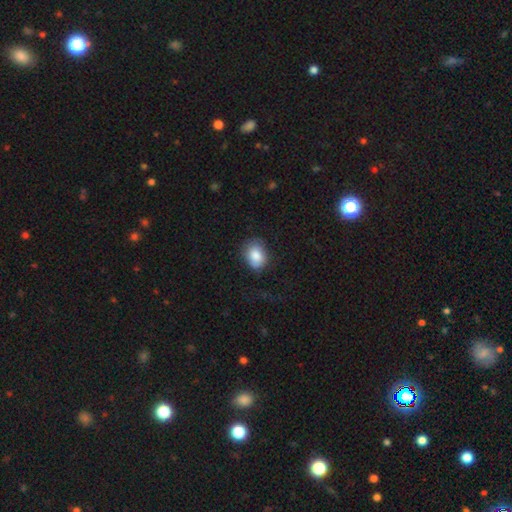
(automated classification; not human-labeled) This is clearly a smooth galaxy (84%). How rounded: possibly in between (59%). Merging: likely none (70%).